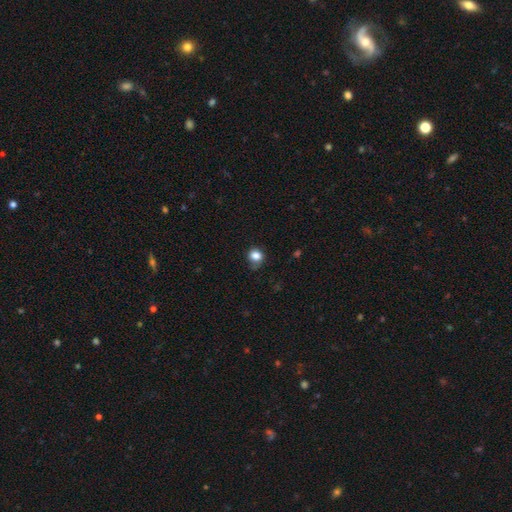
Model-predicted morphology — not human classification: A smooth galaxy with no disk features (83%) that is round (76%).

Vote fractions:
- Smooth or featured? smooth: 83% / star or artifact: 11% / featured or disk: 5%
- How rounded? round: 76% / in between: 23% / cigar-shaped: 1%
- Merging? none: 68% / minor disturbance: 24% / major disturbance: 6% / merger: 2%